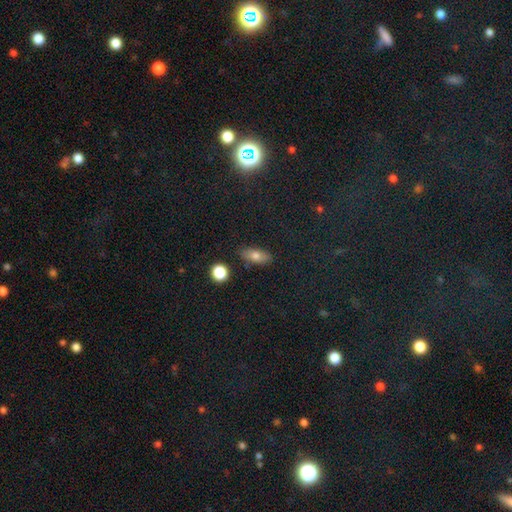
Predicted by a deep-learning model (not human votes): smooth 73%, featured or disk 16%, star or artifact 11%. Down the decision tree: how rounded — in between (79%); merging — none (85%).